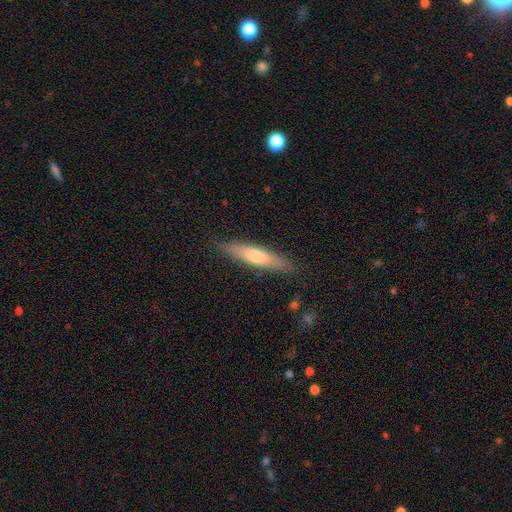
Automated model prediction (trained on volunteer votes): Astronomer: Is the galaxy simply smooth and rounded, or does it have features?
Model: smooth — 62%.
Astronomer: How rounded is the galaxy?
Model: cigar-shaped — 83%.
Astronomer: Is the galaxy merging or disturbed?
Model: none — 87%.